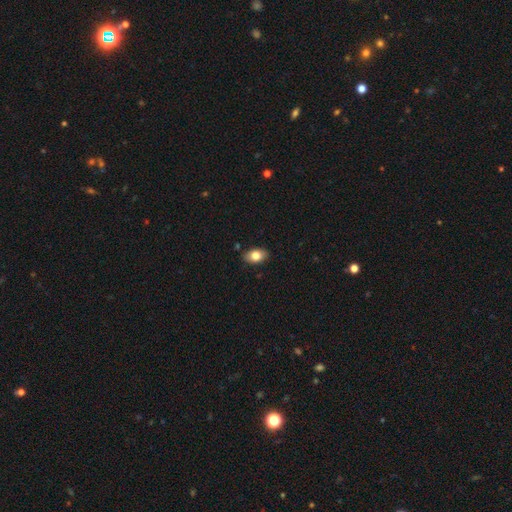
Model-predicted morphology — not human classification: Smooth or featured? smooth (81%)
How rounded? in between (89%)
Merging? none (87%)